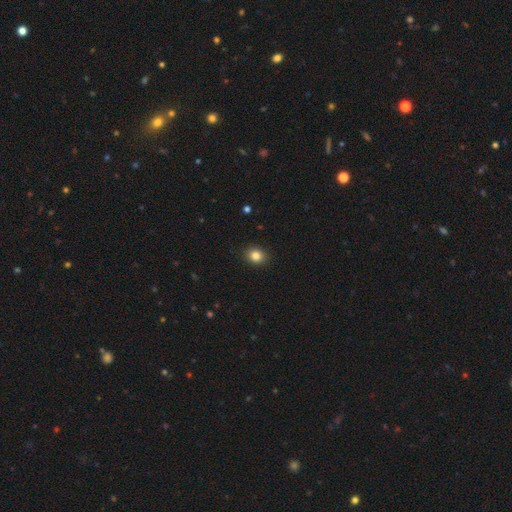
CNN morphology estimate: Smooth or featured? smooth (84%)
How rounded? round (51%)
Merging? none (90%)